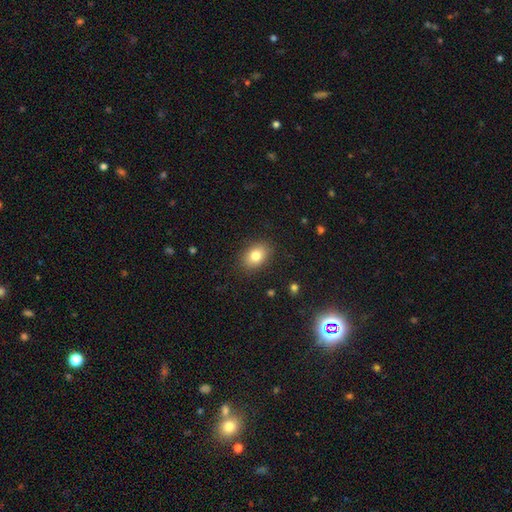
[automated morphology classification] Overall: smooth (81%). How rounded: in between (77%). Merging: none (86%).